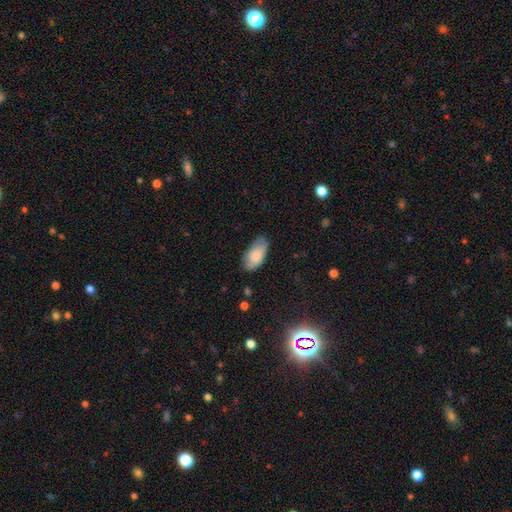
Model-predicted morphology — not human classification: Smooth or featured? Predicted: smooth (p=0.80). How rounded? Predicted: in between (p=0.94). Merging? Predicted: none (p=0.73).